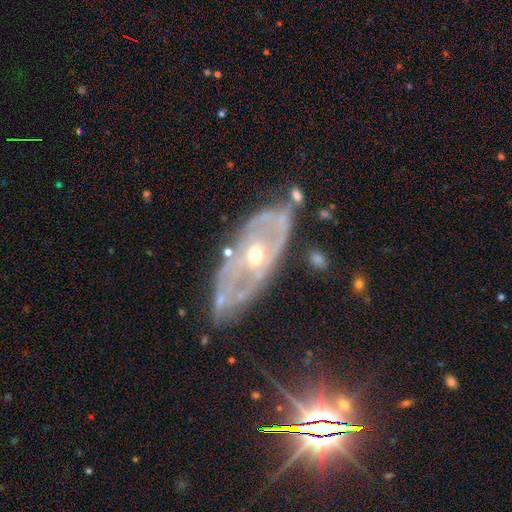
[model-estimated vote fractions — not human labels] Smooth or featured: featured or disk — 80% (smooth — 11%)
Edge-on disk: no — 83% (yes — 17%)
Bar: no — 66% (weak — 24%)
Spiral arms: yes — 64% (no — 36%)
Bulge size: moderate — 60% (small — 36%)
Merging: none — 66% (minor disturbance — 22%)